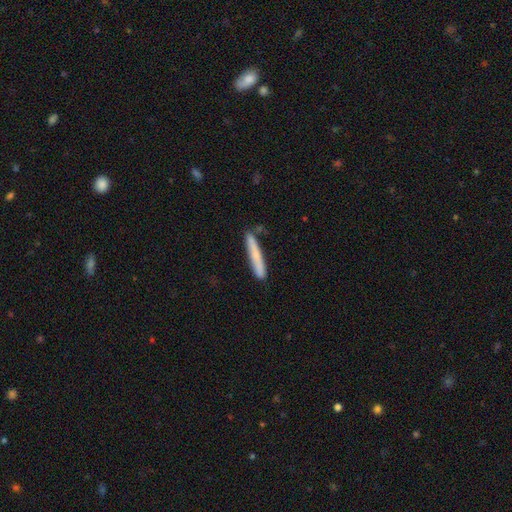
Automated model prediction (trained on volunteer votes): This appears to be a smooth galaxy with no disk features (72%) that is cigar-shaped (95%). Merging: none (80%).